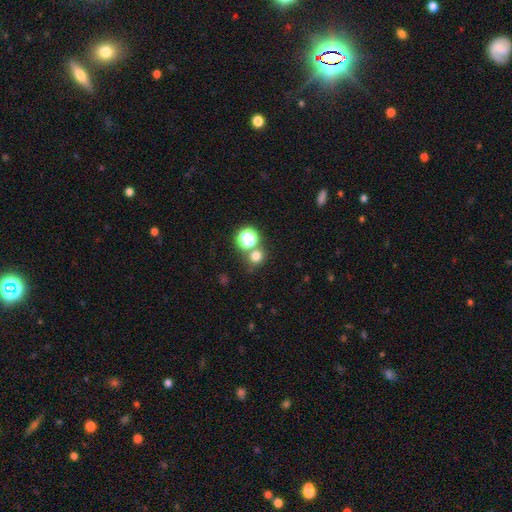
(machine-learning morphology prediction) Smooth or featured: smooth — 71% (star or artifact — 22%)
How rounded: round — 86% (in between — 13%)
Merging: none — 65% (merger — 23%)